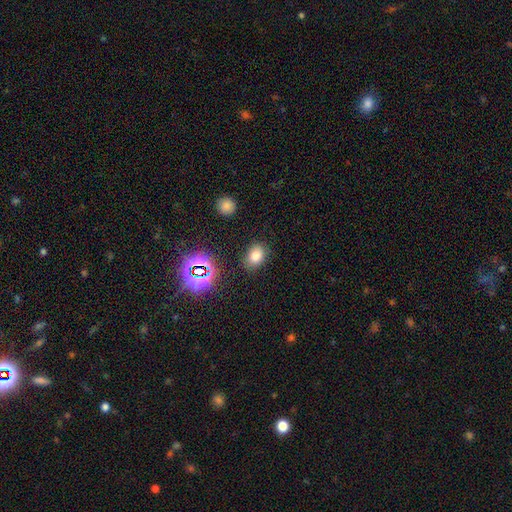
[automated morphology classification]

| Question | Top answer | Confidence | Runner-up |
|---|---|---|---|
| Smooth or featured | smooth | 75% | star or artifact (18%) |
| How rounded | in between | 69% | round (30%) |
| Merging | none | 81% | minor disturbance (12%) |